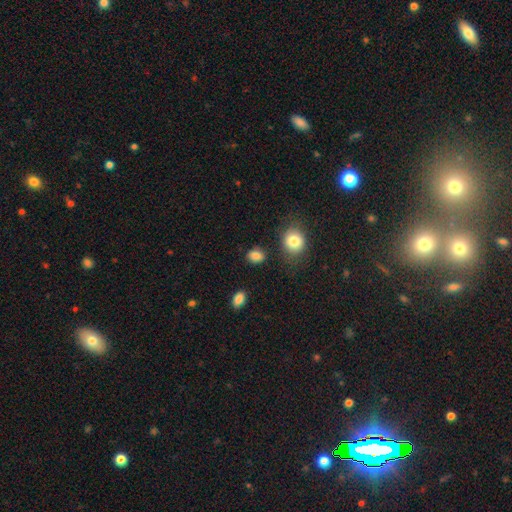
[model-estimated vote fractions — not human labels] Smooth or featured? Predicted: smooth (p=0.84). How rounded? Predicted: round (p=0.53). Merging? Predicted: none (p=0.81).